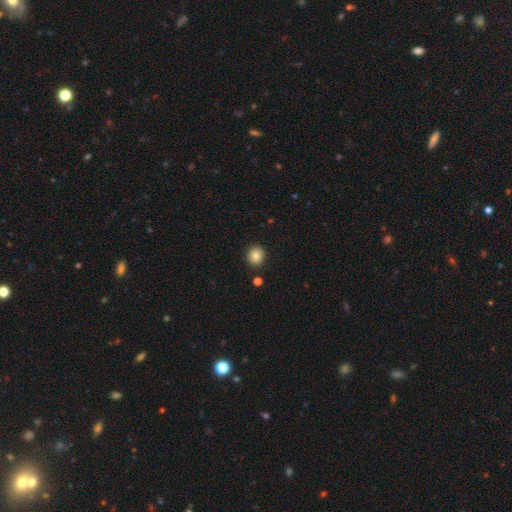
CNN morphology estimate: A smooth galaxy with no disk features (83%) that is round (84%). Merging: none (90%).